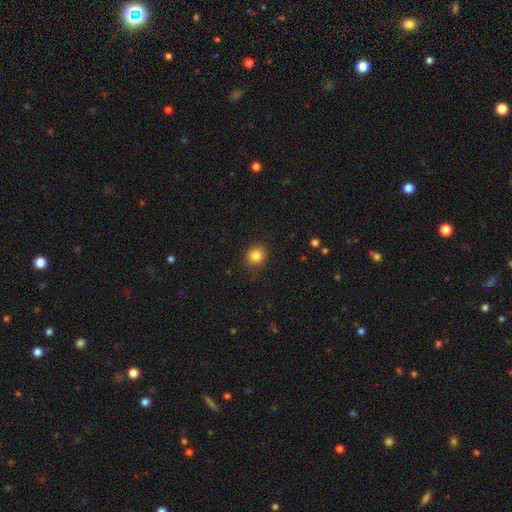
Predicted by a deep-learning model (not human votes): A smooth galaxy with no disk features (85%) that is round (87%).

Vote fractions:
- Smooth or featured? smooth: 85% / star or artifact: 11% / featured or disk: 5%
- How rounded? round: 87% / in between: 12% / cigar-shaped: 1%
- Merging? none: 87% / minor disturbance: 9% / major disturbance: 3% / merger: 1%